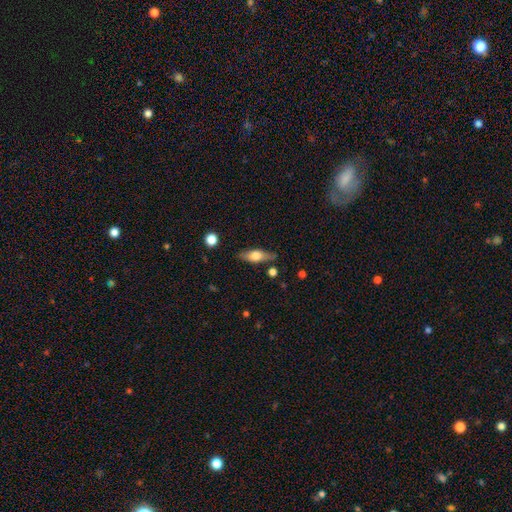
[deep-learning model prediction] A smooth galaxy with no disk features (56%) that is in between round and cigar-shaped (59%).

Vote fractions:
- Smooth or featured? smooth: 56% / featured or disk: 38% / star or artifact: 6%
- How rounded? in between: 59% / cigar-shaped: 37% / round: 4%
- Merging? none: 77% / minor disturbance: 16% / major disturbance: 4% / merger: 4%